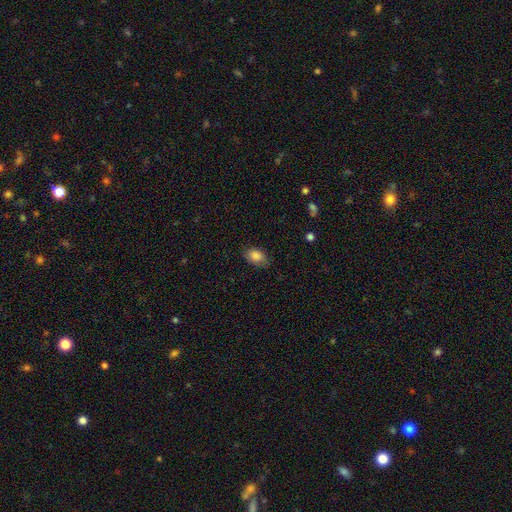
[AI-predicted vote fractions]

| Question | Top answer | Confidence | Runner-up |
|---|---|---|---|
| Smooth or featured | smooth | 85% | star or artifact (8%) |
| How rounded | in between | 86% | round (13%) |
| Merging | none | 81% | minor disturbance (15%) |